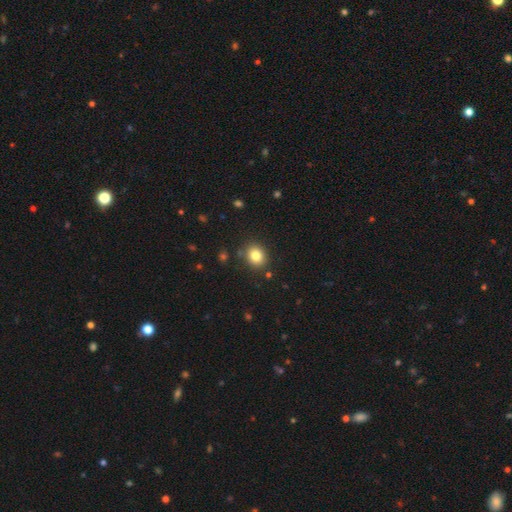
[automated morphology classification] smooth 82%, star or artifact 11%, featured or disk 7%. Down the decision tree: how rounded — round (61%); merging — none (86%).